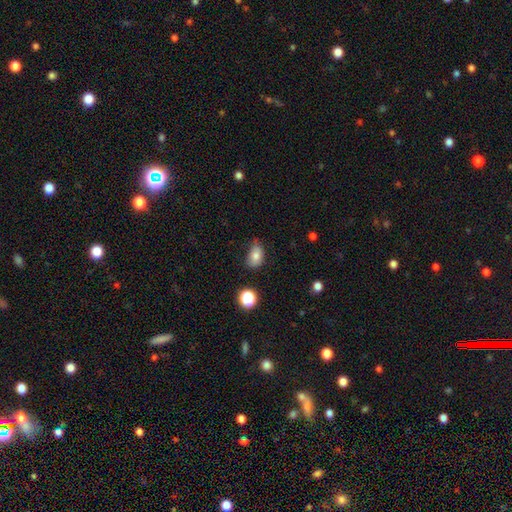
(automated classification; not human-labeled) Q: Smooth or featured?
A: smooth (80%); runner-up: star or artifact (11%)
Q: How rounded?
A: in between (85%); runner-up: round (13%)
Q: Merging?
A: none (61%); runner-up: minor disturbance (30%)